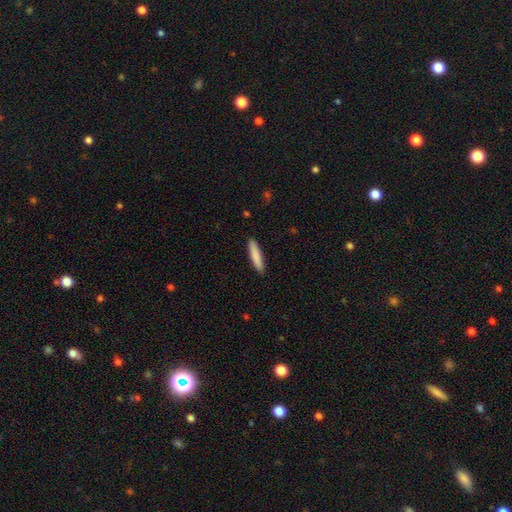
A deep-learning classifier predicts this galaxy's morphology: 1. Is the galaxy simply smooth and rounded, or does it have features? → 86% smooth, 9% featured or disk, 5% star or artifact.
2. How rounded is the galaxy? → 85% cigar-shaped, 13% in between, 1% round.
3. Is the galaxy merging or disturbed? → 91% none, 7% minor disturbance, 1% major disturbance, 1% merger.